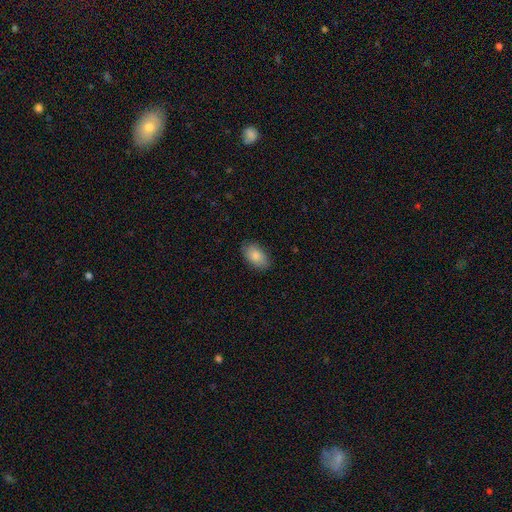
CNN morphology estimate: smooth-or-featured: smooth: 85% | featured or disk: 9% | star or artifact: 7%
  how-rounded: in between: 93% | round: 5% | cigar-shaped: 2%
  merging: none: 83% | minor disturbance: 13% | major disturbance: 3% | merger: 1%